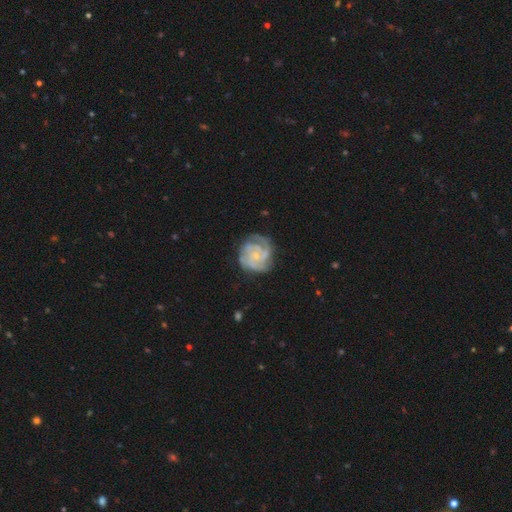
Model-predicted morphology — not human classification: featured or disk 84%, smooth 10%, star or artifact 6%. Down the decision tree: edge-on disk — no (98%); bar — no (75%); spiral arms — yes (96%); spiral arm count — 3 (38%); spiral winding — tight (61%); bulge size — small (74%); merging — none (70%).